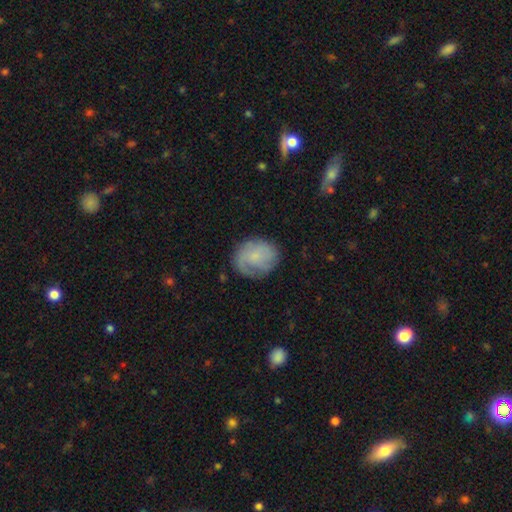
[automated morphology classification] Smooth or featured: smooth — 51% (featured or disk — 41%)
How rounded: round — 65% (in between — 34%)
Merging: none — 66% (minor disturbance — 22%)